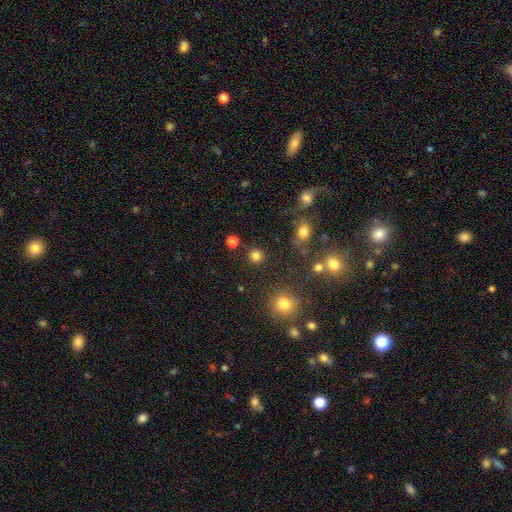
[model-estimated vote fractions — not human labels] A smooth galaxy with no disk features (80%) that is round (92%).

Vote fractions:
- Smooth or featured? smooth: 80% / star or artifact: 15% / featured or disk: 4%
- How rounded? round: 92% / in between: 7% / cigar-shaped: 1%
- Merging? none: 89% / minor disturbance: 6% / merger: 3% / major disturbance: 3%